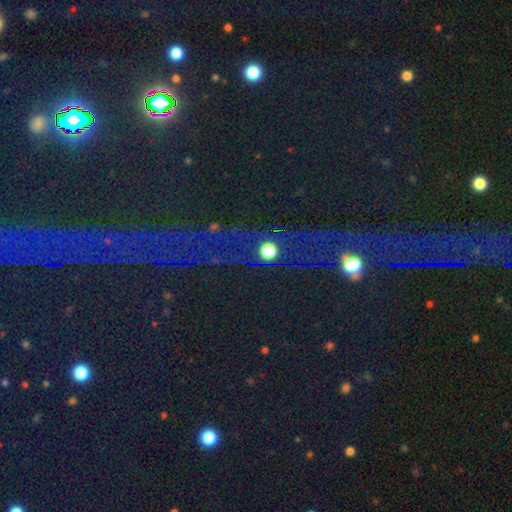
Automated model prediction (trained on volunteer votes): Smooth or featured: star or artifact — 82% (smooth — 10%)